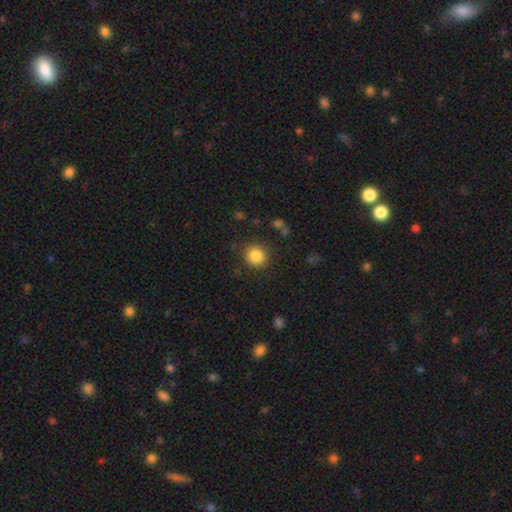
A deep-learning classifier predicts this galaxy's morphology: This is clearly a smooth galaxy (85%). How rounded: clearly round (90%). Merging: clearly none (87%).